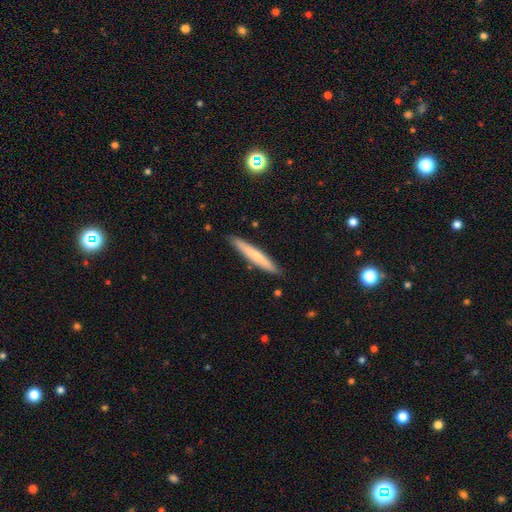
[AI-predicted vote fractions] This appears to be a smooth galaxy with no disk features (60%) that is cigar-shaped (95%). Merging: none (90%).